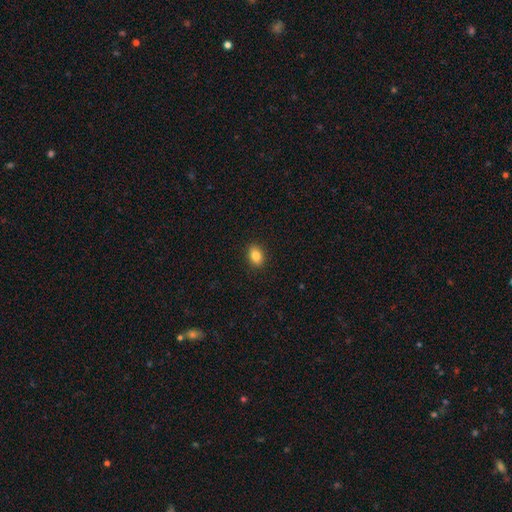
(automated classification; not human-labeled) Morphology: type=smooth (84%); roundness=in between (77%); merging=none (90%).